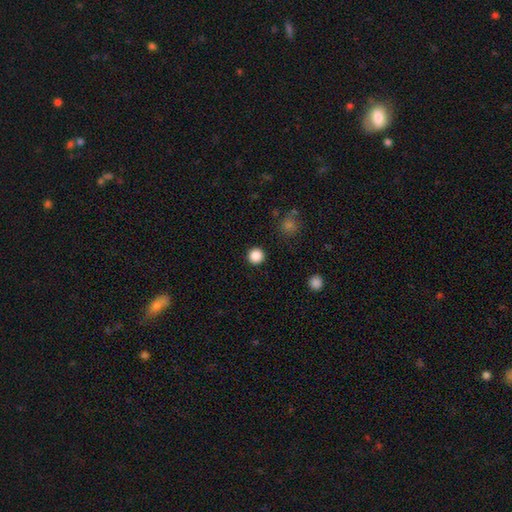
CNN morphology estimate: This is clearly a smooth galaxy (87%). How rounded: clearly round (96%). Merging: clearly none (93%).